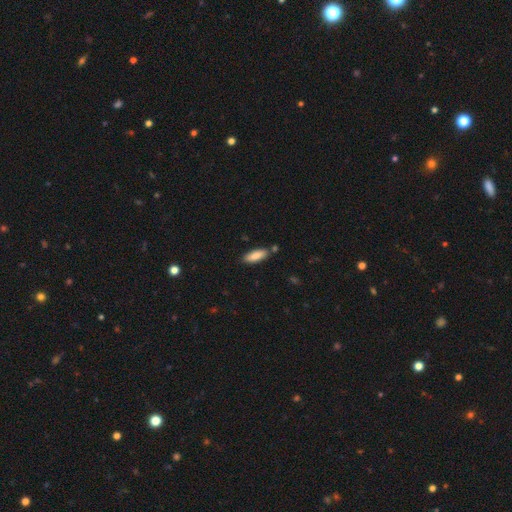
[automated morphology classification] Q: Smooth or featured?
A: smooth (83%); runner-up: featured or disk (10%)
Q: How rounded?
A: in between (64%); runner-up: cigar-shaped (34%)
Q: Merging?
A: none (81%); runner-up: minor disturbance (11%)